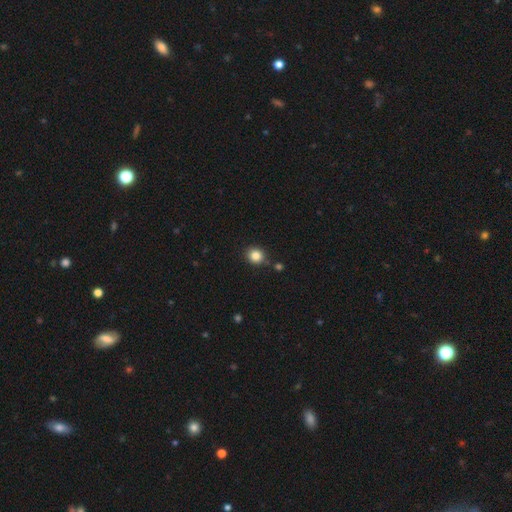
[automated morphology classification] A smooth galaxy with no disk features (85%) that is round (82%). Merging: none (83%).